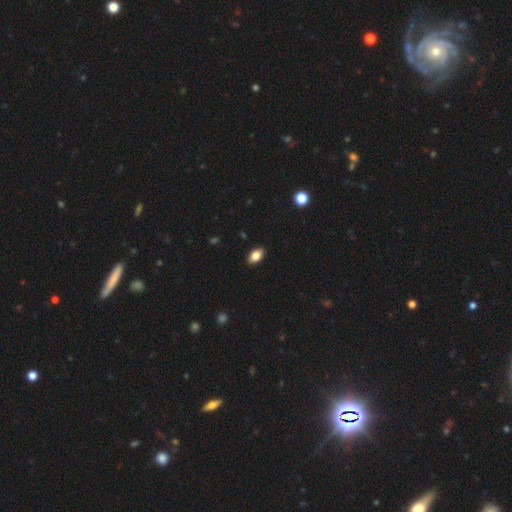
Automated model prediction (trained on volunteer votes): Morphology: type=smooth (84%); roundness=in between (91%); merging=none (89%).